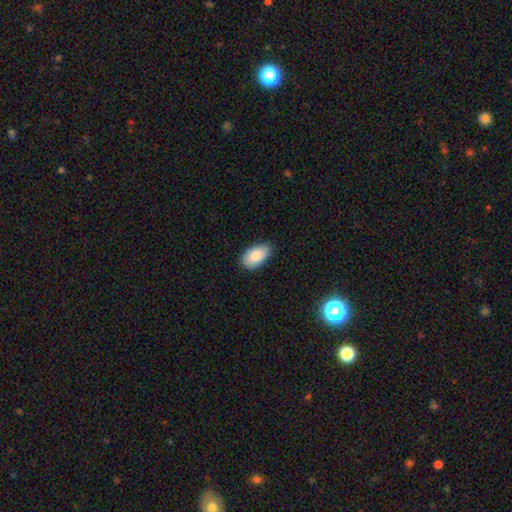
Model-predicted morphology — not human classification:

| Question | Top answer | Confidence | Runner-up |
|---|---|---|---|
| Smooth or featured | smooth | 87% | star or artifact (6%) |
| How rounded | in between | 95% | round (4%) |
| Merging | none | 80% | minor disturbance (16%) |